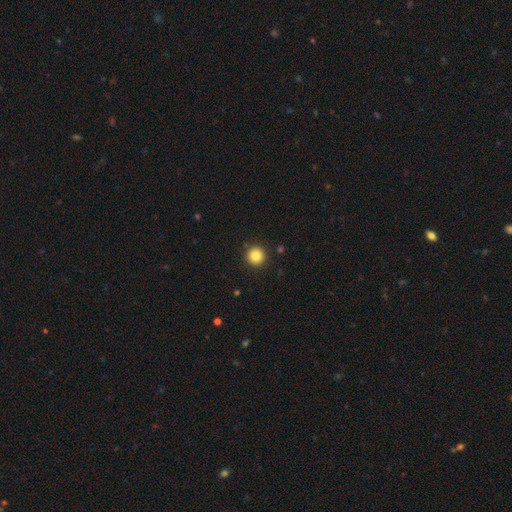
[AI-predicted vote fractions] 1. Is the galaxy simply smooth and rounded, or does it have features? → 84% smooth, 11% star or artifact, 5% featured or disk.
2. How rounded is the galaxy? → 96% round, 3% in between, 1% cigar-shaped.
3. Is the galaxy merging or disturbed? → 91% none, 6% minor disturbance, 2% major disturbance, 1% merger.